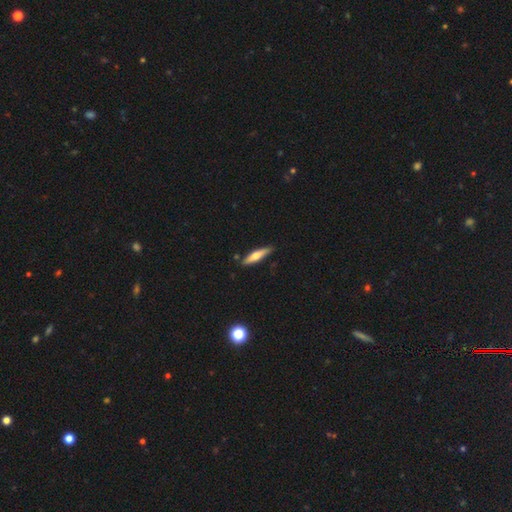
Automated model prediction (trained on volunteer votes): A smooth galaxy with no disk features (51%) that is cigar-shaped (81%).

Vote fractions:
- Smooth or featured? smooth: 51% / featured or disk: 43% / star or artifact: 6%
- How rounded? cigar-shaped: 81% / in between: 18% / round: 2%
- Merging? none: 85% / minor disturbance: 11% / merger: 2% / major disturbance: 2%